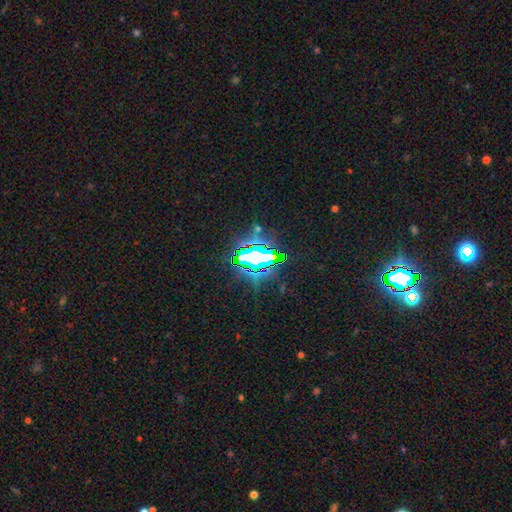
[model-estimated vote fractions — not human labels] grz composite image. It shows a star or artifact, not a galaxy (71%).